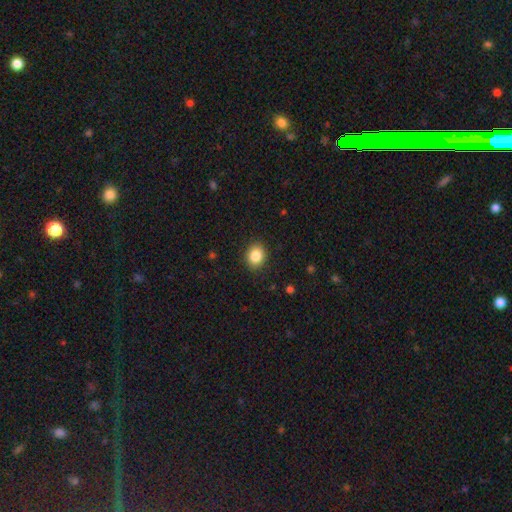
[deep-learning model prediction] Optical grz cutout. It shows a smooth galaxy with no disk features (87%) that is round (55%). Merging: none (89%).